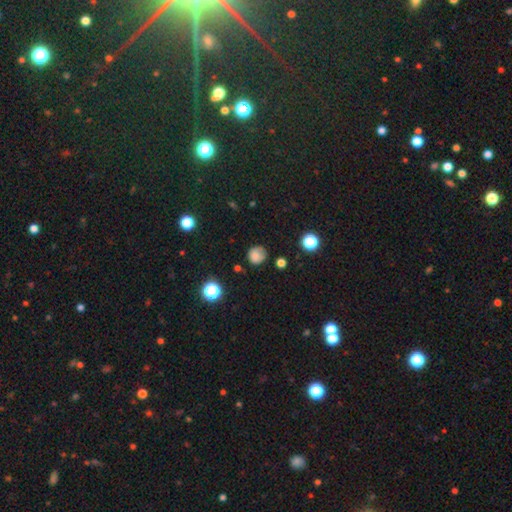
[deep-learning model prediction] smooth_or_featured: smooth (p=0.76) [alt: star or artifact p=0.15]
how_rounded: round (p=0.86) [alt: in between p=0.13]
merging: none (p=0.65) [alt: minor disturbance p=0.24]